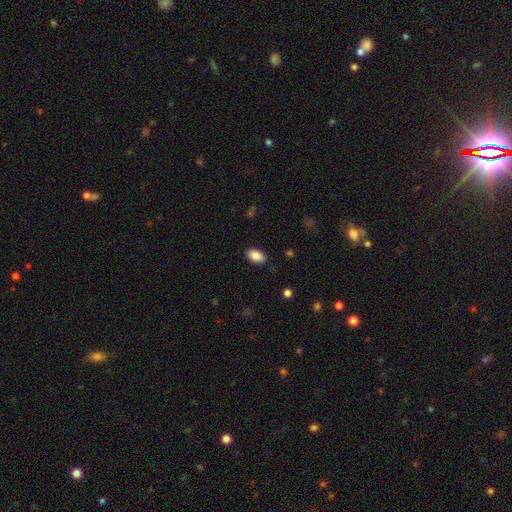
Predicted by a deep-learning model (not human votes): smooth-or-featured: smooth: 87% | star or artifact: 7% | featured or disk: 5%
  how-rounded: in between: 93% | round: 5% | cigar-shaped: 2%
  merging: none: 88% | minor disturbance: 9% | major disturbance: 2% | merger: 1%